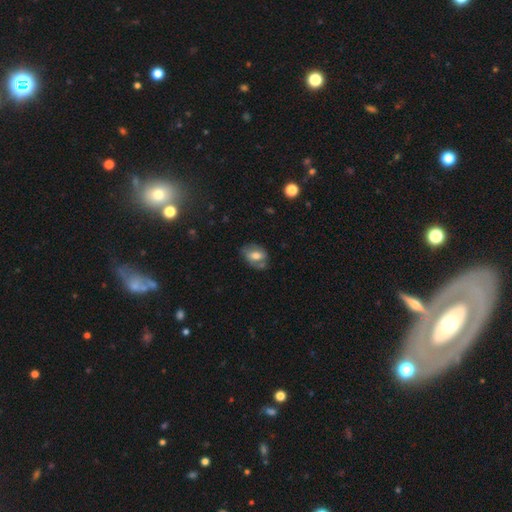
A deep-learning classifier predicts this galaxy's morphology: The model was most divided on "smooth or featured": smooth: 54%, featured or disk: 38%, star or artifact: 8%. More confident: how rounded — in between (74%); merging — none (60%).